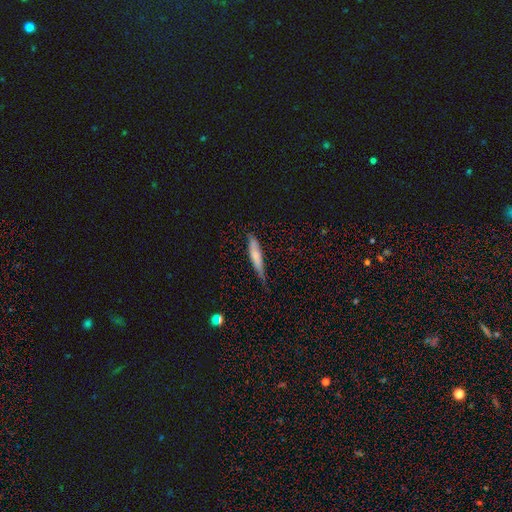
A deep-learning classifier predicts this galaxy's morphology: Smooth or featured?
  - smooth: 65% *
  - featured or disk: 29%
  - star or artifact: 6%
How rounded?
  - cigar-shaped: 87% *
  - in between: 11%
  - round: 2%
Merging?
  - none: 57% *
  - minor disturbance: 33%
  - major disturbance: 7%
  - merger: 2%